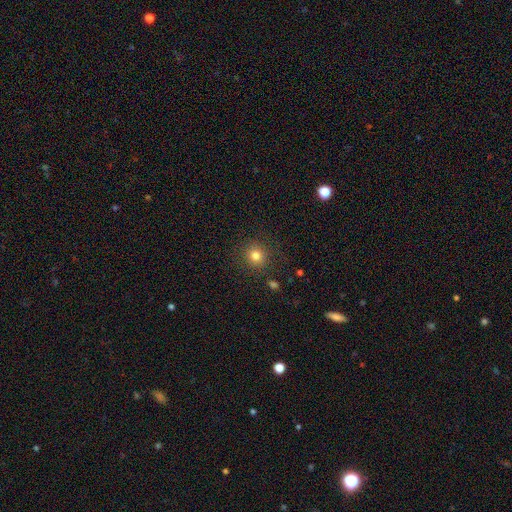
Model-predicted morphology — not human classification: This is clearly a smooth galaxy (80%). How rounded: clearly round (90%). Merging: clearly none (88%).